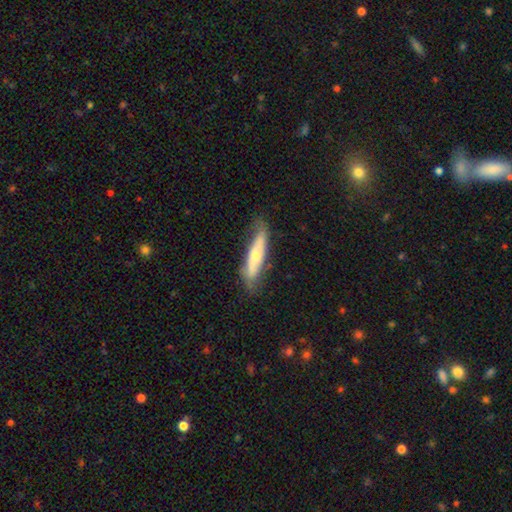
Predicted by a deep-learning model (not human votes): A smooth galaxy with no disk features (52%) that is cigar-shaped (71%). Merging: none (66%).